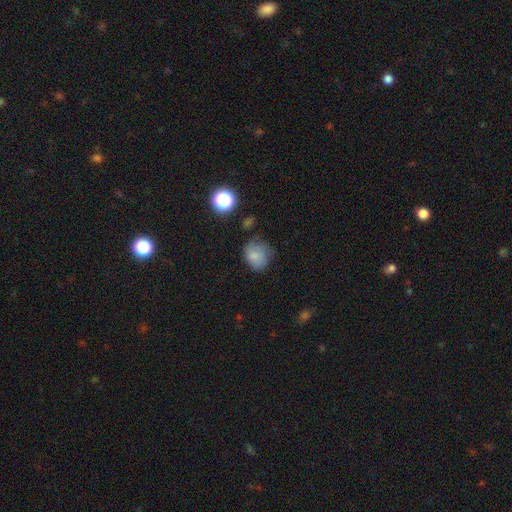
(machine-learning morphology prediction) smooth-or-featured: smooth: 75% | featured or disk: 12% | star or artifact: 12%
  how-rounded: round: 70% | in between: 29% | cigar-shaped: 1%
  merging: none: 54% | minor disturbance: 30% | major disturbance: 12% | merger: 3%